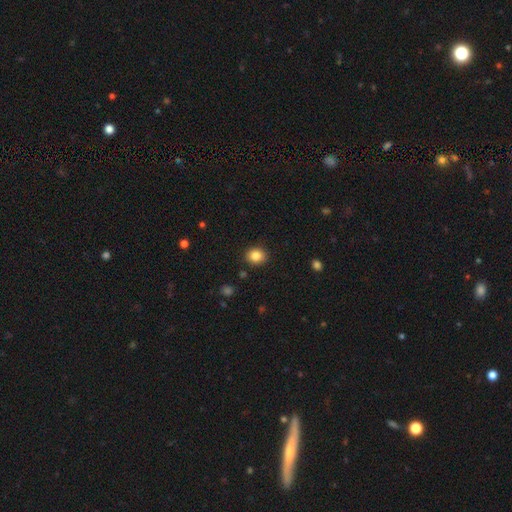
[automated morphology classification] The model was most divided on "how rounded": round: 67%, in between: 32%, cigar-shaped: 1%. More confident: merging — none (89%); smooth or featured — smooth (84%).